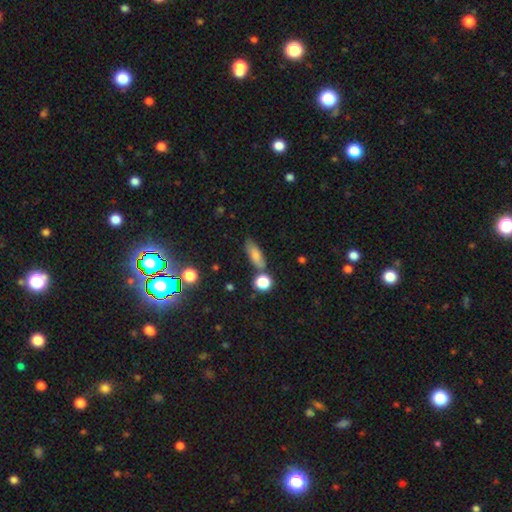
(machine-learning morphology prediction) smooth 74%, featured or disk 15%, star or artifact 11%. Down the decision tree: how rounded — in between (64%); merging — none (67%).